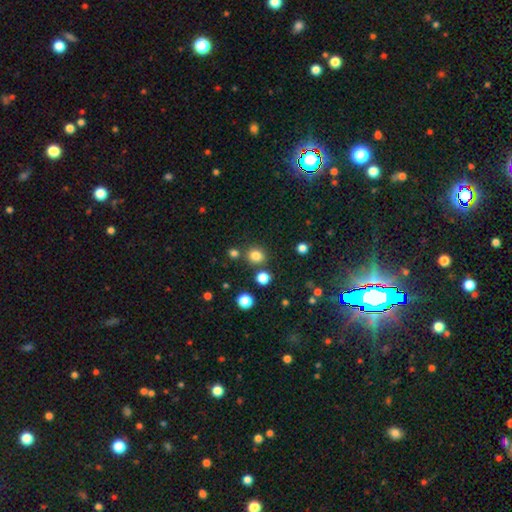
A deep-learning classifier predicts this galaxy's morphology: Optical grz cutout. It shows a smooth galaxy with no disk features (81%) that is round (84%). Merging: none (81%).